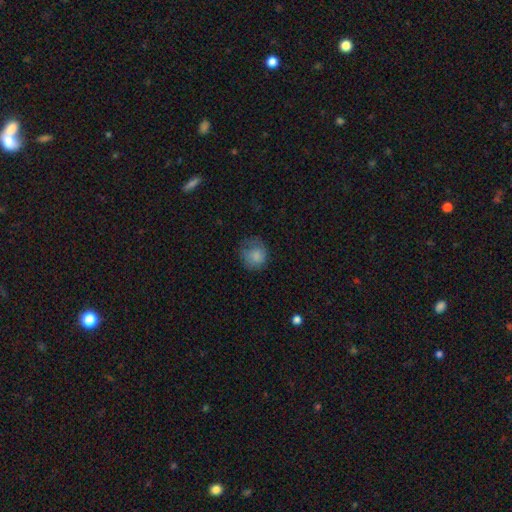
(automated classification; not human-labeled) Morphology: type=smooth (79%); roundness=round (82%); merging=none (53%).